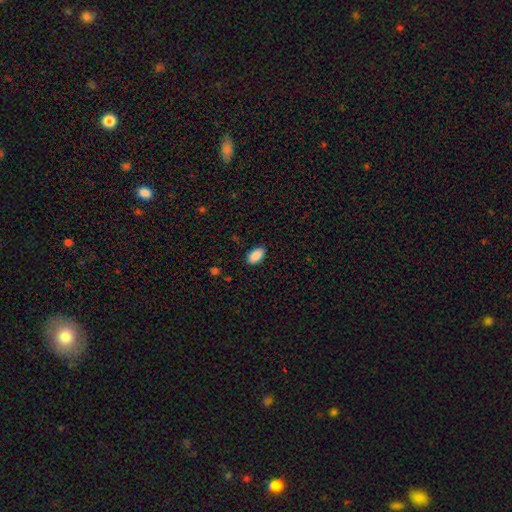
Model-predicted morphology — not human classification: Smooth or featured? Predicted: smooth (p=0.90). How rounded? Predicted: in between (p=0.94). Merging? Predicted: none (p=0.86).